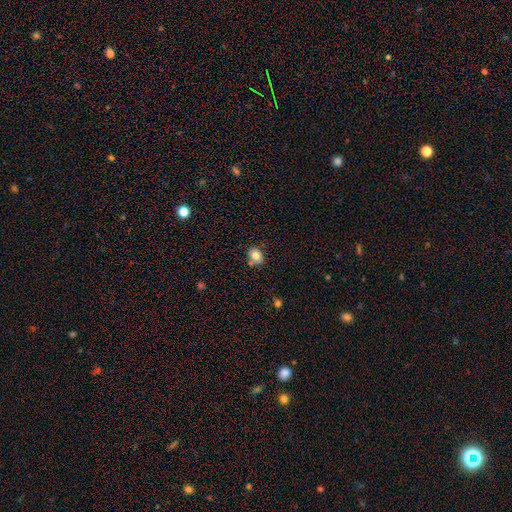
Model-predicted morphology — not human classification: This is likely a smooth galaxy (79%). How rounded: possibly in between (52%). Merging: likely none (74%).